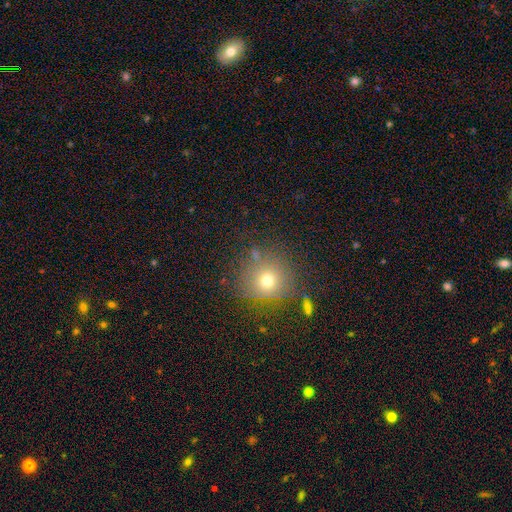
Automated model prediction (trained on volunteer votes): This appears to be a smooth galaxy with no disk features (68%) that is round (92%). Merging: none (77%).